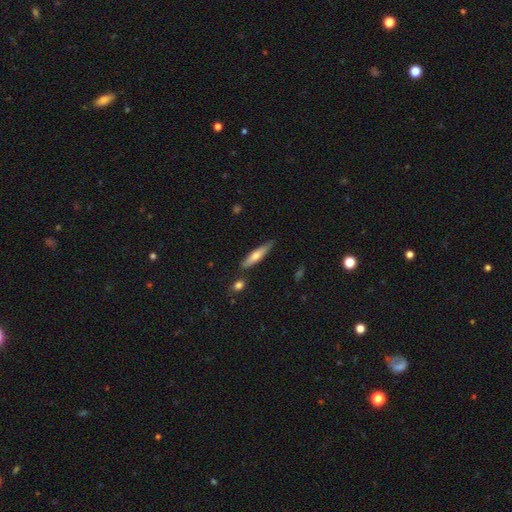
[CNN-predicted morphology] smooth-or-featured: smooth: 57% | featured or disk: 37% | star or artifact: 6%
  how-rounded: cigar-shaped: 81% | in between: 17% | round: 2%
  merging: none: 80% | minor disturbance: 13% | merger: 4% | major disturbance: 2%